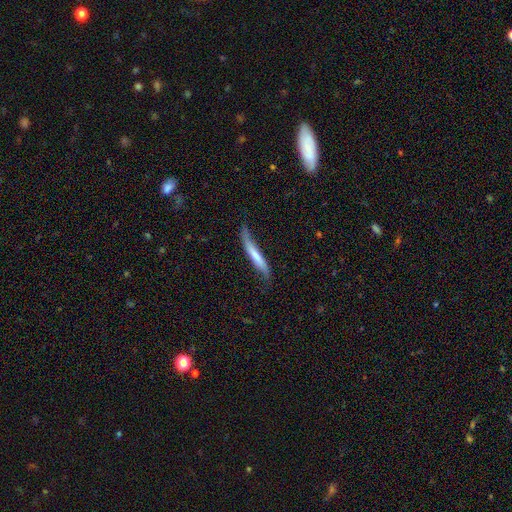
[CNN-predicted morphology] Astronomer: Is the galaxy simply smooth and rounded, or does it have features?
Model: smooth — 48% (runner-up: featured or disk, 47%).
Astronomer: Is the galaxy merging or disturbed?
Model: none — 49% (runner-up: minor disturbance, 33%).